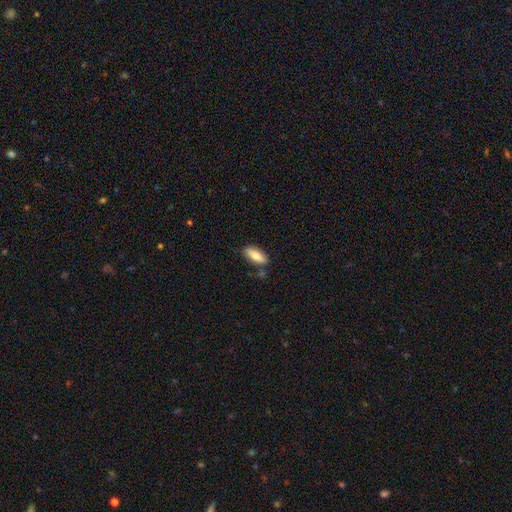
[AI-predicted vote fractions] Smooth or featured? smooth (78%)
How rounded? in between (77%)
Merging? none (79%)